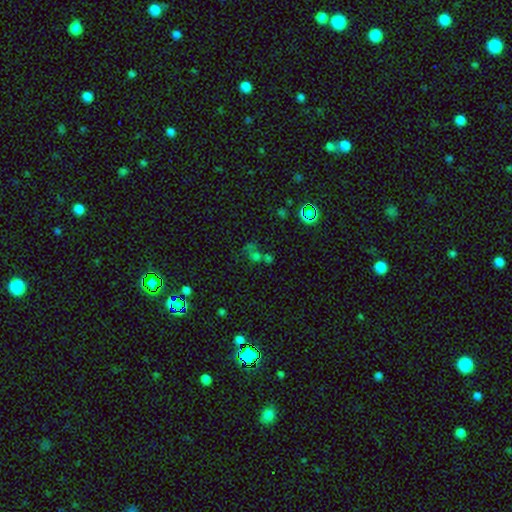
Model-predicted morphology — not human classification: Smooth or featured?
  - smooth: 47% *
  - star or artifact: 39%
  - featured or disk: 15%
Merging?
  - merger: 47% *
  - none: 33%
  - major disturbance: 10%
  - minor disturbance: 10%